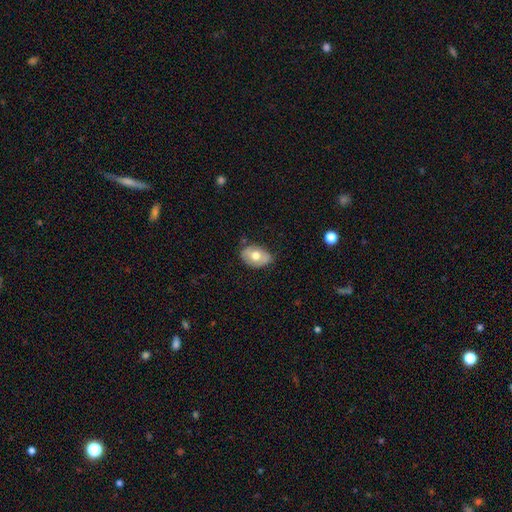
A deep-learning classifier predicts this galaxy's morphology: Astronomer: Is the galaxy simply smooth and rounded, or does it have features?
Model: smooth — 62%.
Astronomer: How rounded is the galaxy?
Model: in between — 84%.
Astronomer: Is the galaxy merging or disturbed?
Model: none — 71%.